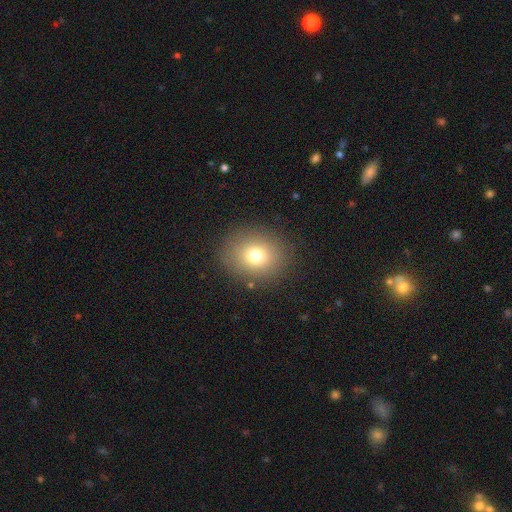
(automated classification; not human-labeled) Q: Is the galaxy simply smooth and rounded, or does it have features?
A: smooth — 75%.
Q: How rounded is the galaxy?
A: round — 66%.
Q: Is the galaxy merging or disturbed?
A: none — 86%.